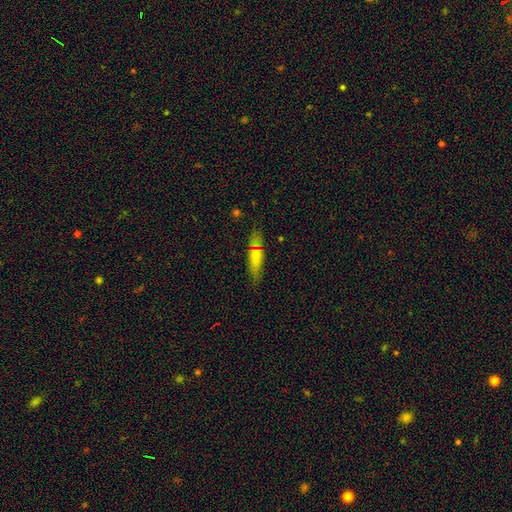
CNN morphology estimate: A smooth galaxy with no disk features (70%) that is cigar-shaped (59%). Merging: none (79%).